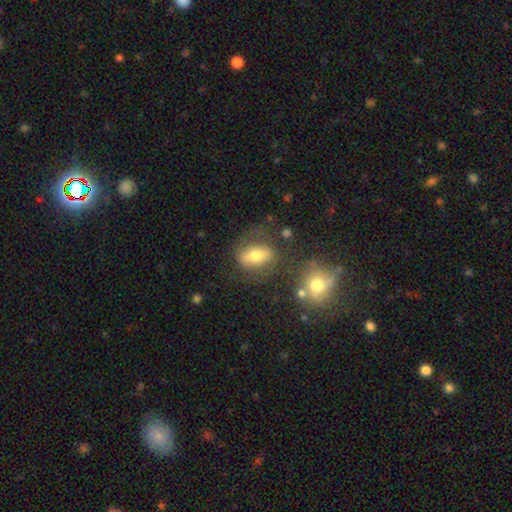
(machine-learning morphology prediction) This appears to be a smooth galaxy with no disk features (60%) that is in between round and cigar-shaped (75%). Merging: none (66%).